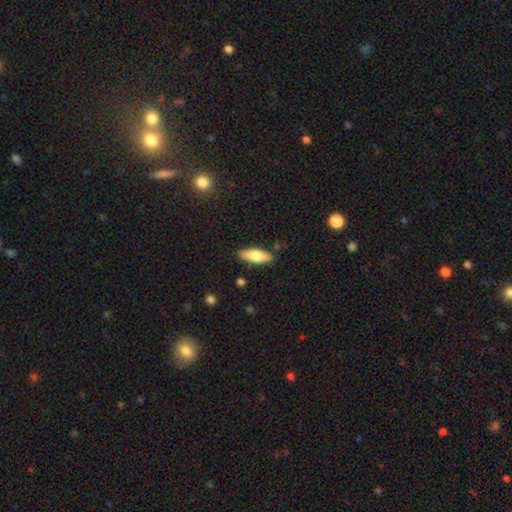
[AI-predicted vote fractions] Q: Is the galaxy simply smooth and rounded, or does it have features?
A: smooth — 71%.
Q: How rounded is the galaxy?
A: in between — 65%.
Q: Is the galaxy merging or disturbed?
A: none — 85%.